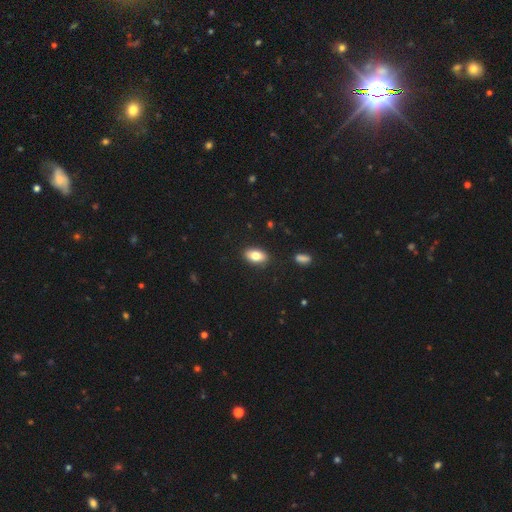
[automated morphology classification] This appears to be a smooth galaxy with no disk features (81%) that is in between round and cigar-shaped (90%). Merging: none (87%).